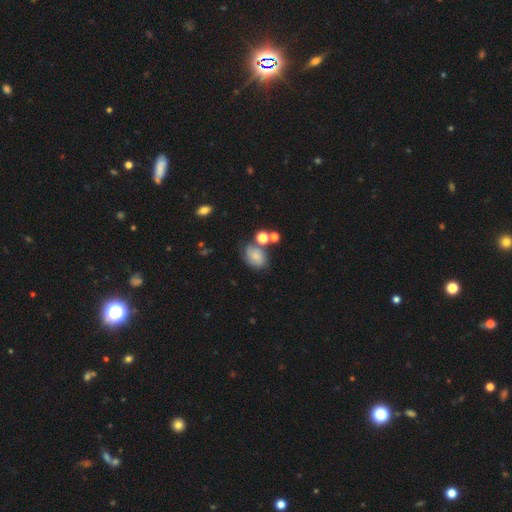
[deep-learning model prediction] Smooth or featured?
  - smooth: 62% *
  - featured or disk: 24%
  - star or artifact: 14%
How rounded?
  - in between: 66% *
  - round: 32%
  - cigar-shaped: 1%
Merging?
  - none: 54% *
  - minor disturbance: 22%
  - merger: 15%
  - major disturbance: 9%